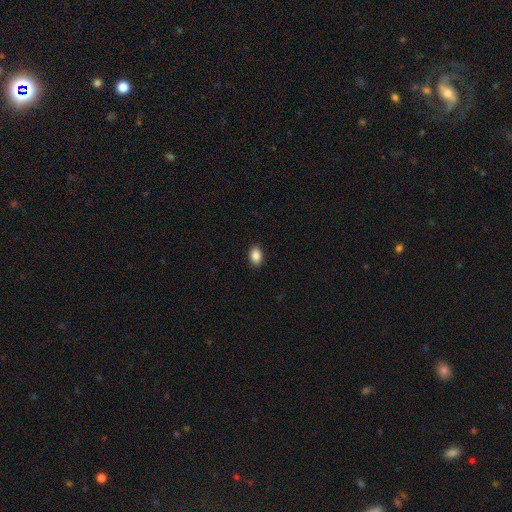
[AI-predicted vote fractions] smooth 88%, star or artifact 8%, featured or disk 4%. Down the decision tree: how rounded — in between (79%); merging — none (90%).